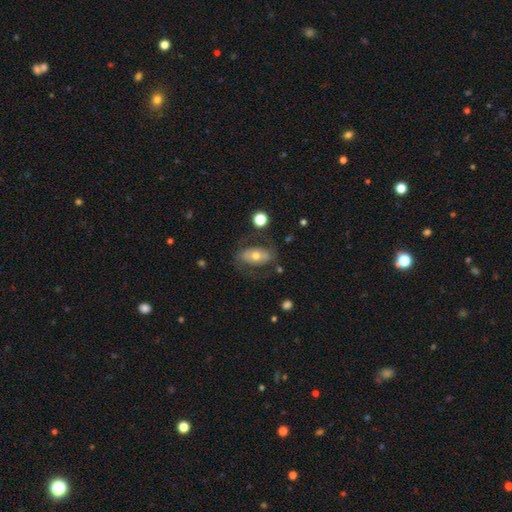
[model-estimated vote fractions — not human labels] Overall: smooth (49%; featured or disk 44%). Merging: none (66%).